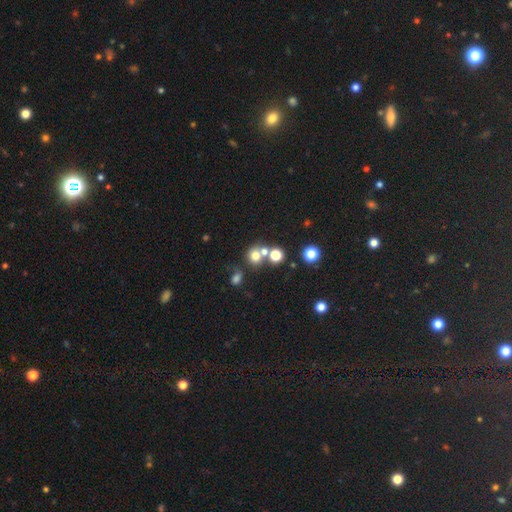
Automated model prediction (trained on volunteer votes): A smooth galaxy with no disk features (70%) that is round (82%). Merging: none (52%).